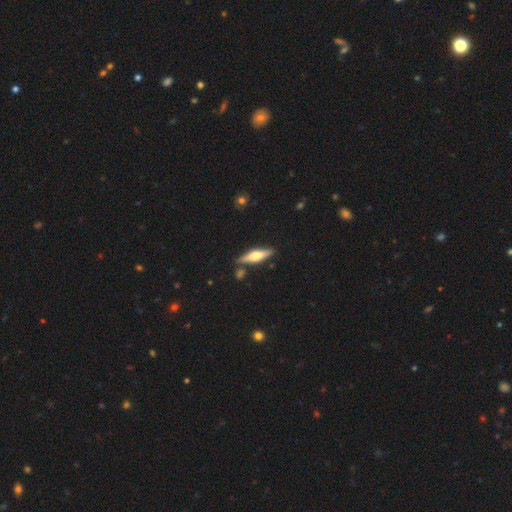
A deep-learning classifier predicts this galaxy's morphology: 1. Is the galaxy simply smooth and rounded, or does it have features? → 58% featured or disk, 36% smooth, 6% star or artifact.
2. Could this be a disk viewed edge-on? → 95% yes, 5% no.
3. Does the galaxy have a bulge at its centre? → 90% rounded, 7% boxy, 3% none.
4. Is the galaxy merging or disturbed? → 83% none, 10% minor disturbance, 5% merger, 2% major disturbance.